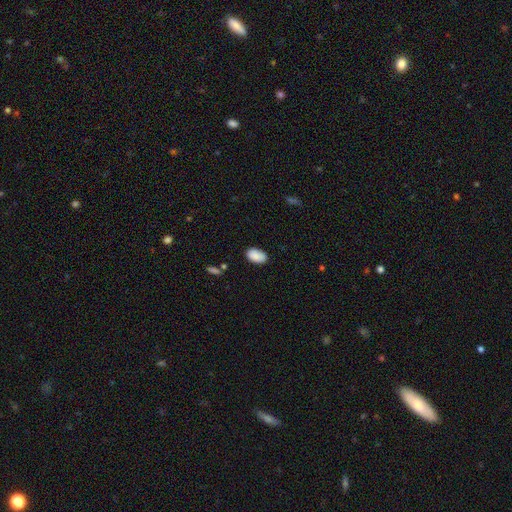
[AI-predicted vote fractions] A smooth galaxy with no disk features (89%) that is in between round and cigar-shaped (94%). Merging: none (83%).